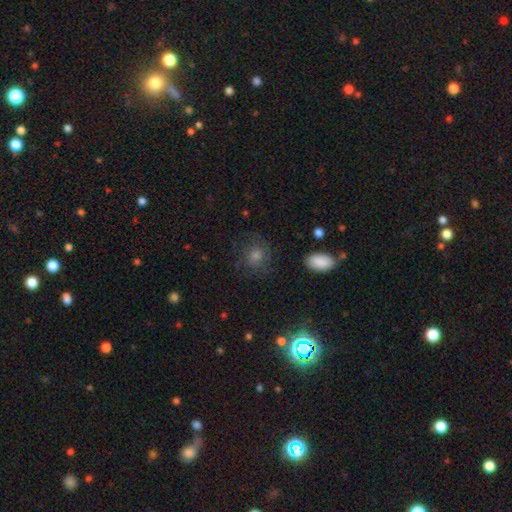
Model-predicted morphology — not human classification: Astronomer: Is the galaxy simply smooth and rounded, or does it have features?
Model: smooth — 51% (runner-up: star or artifact, 27%).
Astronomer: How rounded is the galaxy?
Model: round — 80%.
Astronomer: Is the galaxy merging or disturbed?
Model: none — 77%.